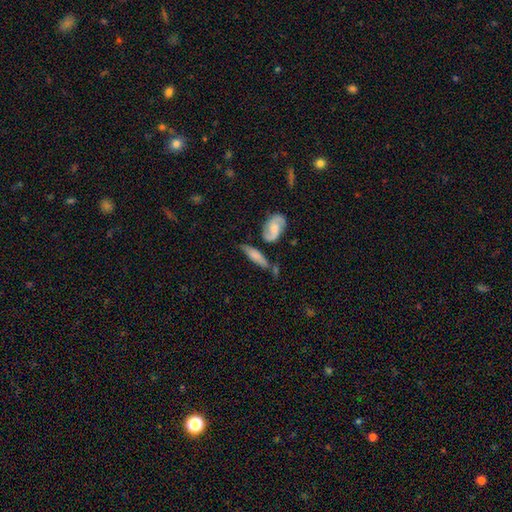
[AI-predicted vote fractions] The model was most divided on "how rounded": cigar-shaped: 50%, in between: 46%, round: 4%. Remaining: smooth or featured — smooth (59%); merging — none (47%).